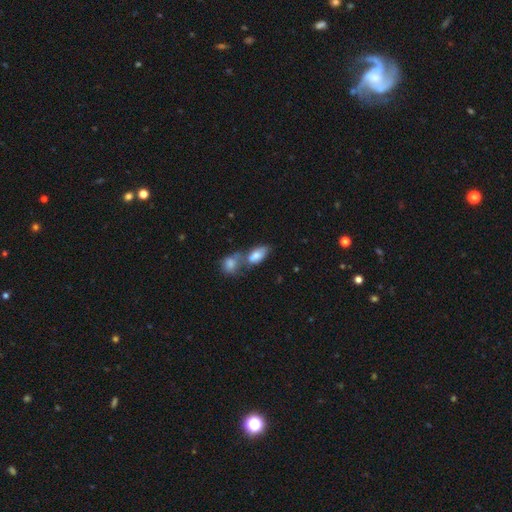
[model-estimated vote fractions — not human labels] Q: Smooth or featured?
A: smooth (77%); runner-up: featured or disk (15%)
Q: How rounded?
A: in between (89%); runner-up: round (6%)
Q: Merging?
A: merger (56%); runner-up: none (27%)